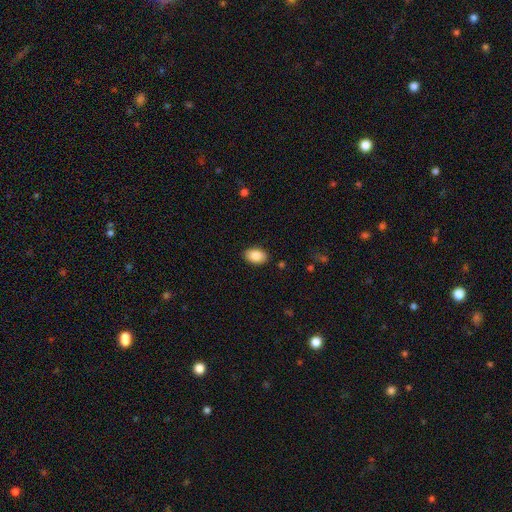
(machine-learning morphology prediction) This is clearly a smooth galaxy (87%). How rounded: clearly in between (87%). Merging: clearly none (88%).